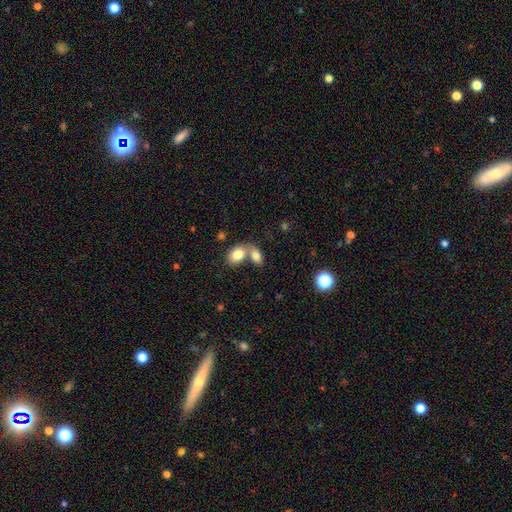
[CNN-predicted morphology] The model was most divided on "merging": merger: 60%, none: 30%, minor disturbance: 7%, major disturbance: 3%. More confident: how rounded — in between (88%); smooth or featured — smooth (80%).